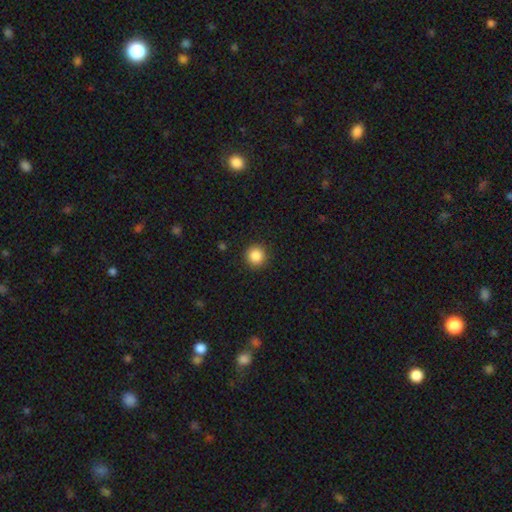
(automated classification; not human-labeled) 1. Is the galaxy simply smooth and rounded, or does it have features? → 87% smooth, 10% star or artifact, 3% featured or disk.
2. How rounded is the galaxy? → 95% round, 4% in between, 1% cigar-shaped.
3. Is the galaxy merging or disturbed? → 91% none, 6% minor disturbance, 2% major disturbance, 1% merger.